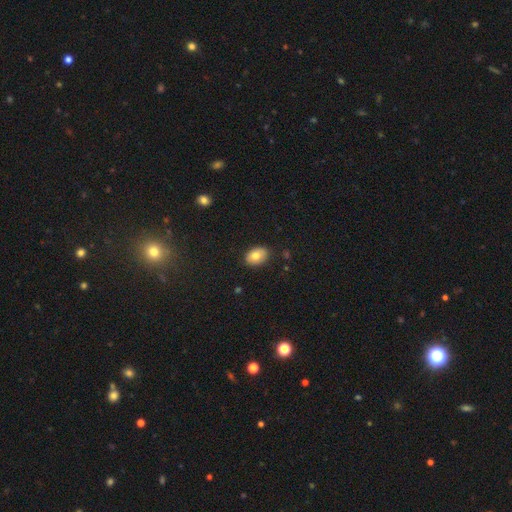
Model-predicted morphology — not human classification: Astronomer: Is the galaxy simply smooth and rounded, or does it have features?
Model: smooth — 77%.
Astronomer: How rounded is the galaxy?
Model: in between — 76%.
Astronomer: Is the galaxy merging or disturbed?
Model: none — 85%.